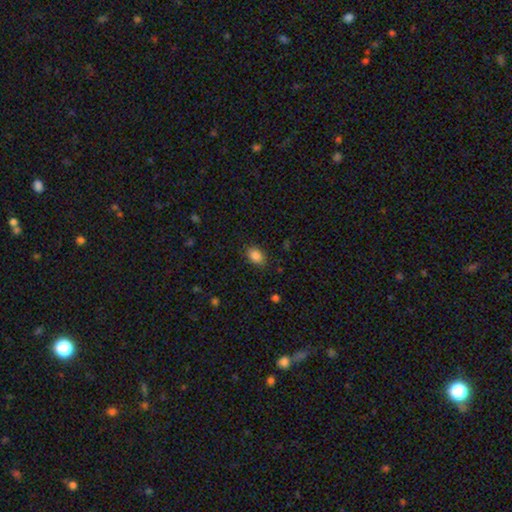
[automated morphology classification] Overall: smooth (86%). How rounded: in between (82%). Merging: none (84%).